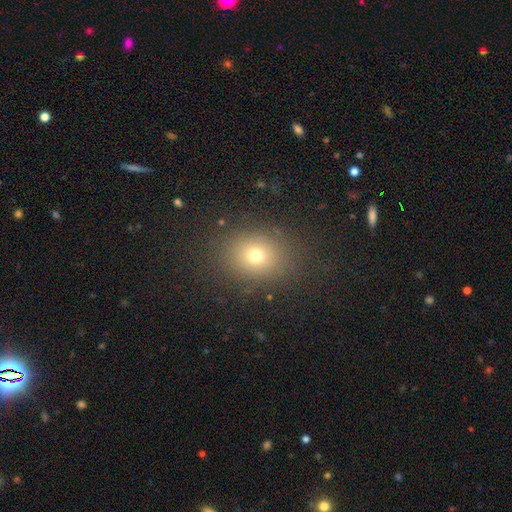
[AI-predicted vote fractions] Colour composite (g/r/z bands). It shows a smooth galaxy with no disk features (70%) that is round (62%). Merging: none (85%).